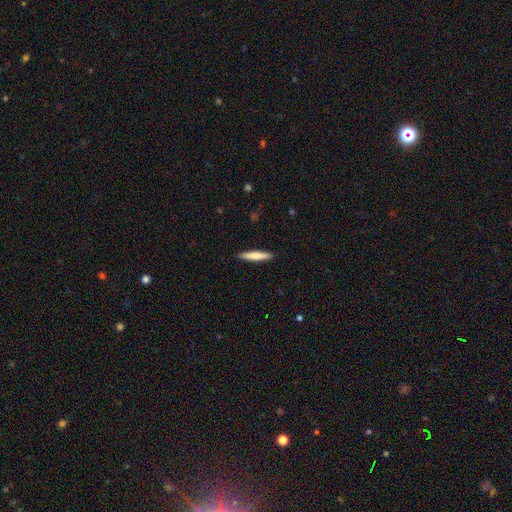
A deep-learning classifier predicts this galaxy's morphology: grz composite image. It shows a smooth galaxy with no disk features (70%) that is cigar-shaped (91%). Merging: none (91%).